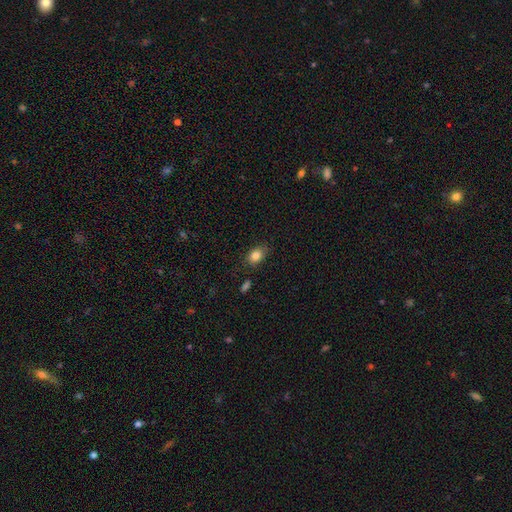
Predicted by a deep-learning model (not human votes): smooth_or_featured: smooth (p=0.84) [alt: star or artifact p=0.09]
how_rounded: in between (p=0.74) [alt: round p=0.24]
merging: none (p=0.76) [alt: minor disturbance p=0.17]